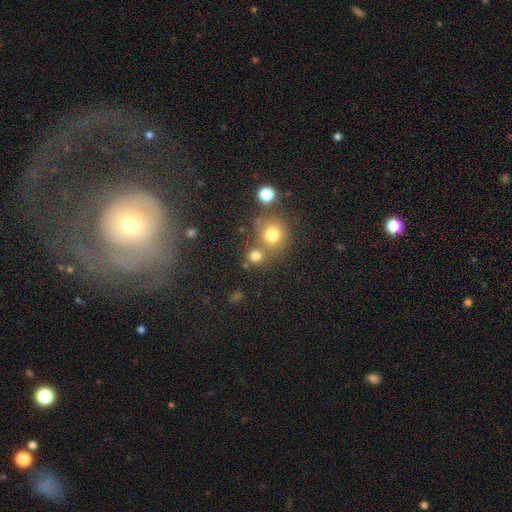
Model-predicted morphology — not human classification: Smooth or featured: smooth — 76% (star or artifact — 16%)
How rounded: round — 85% (in between — 14%)
Merging: none — 61% (merger — 27%)